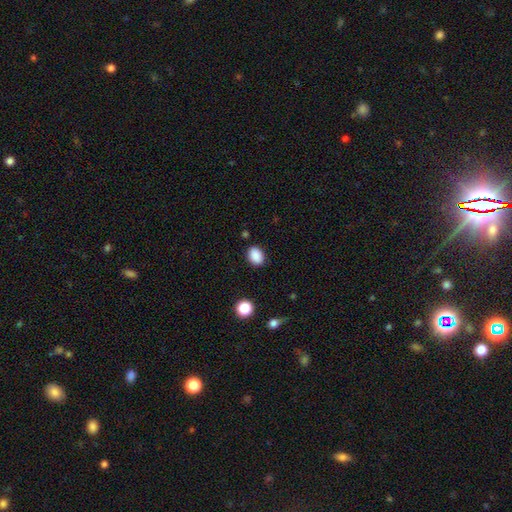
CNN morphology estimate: Overall: smooth (88%). How rounded: in between (71%). Merging: none (86%).